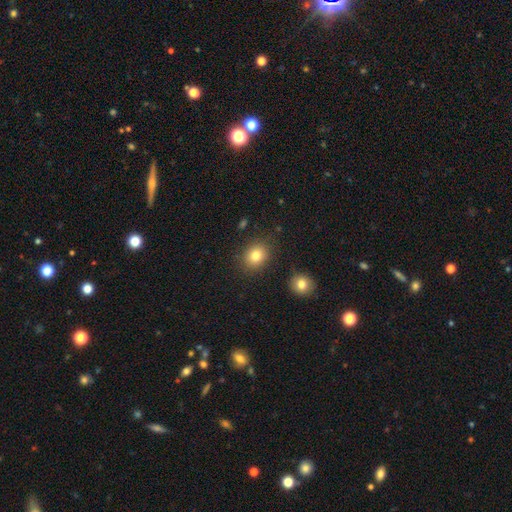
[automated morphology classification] Smooth or featured? smooth (81%)
How rounded? round (56%)
Merging? none (85%)